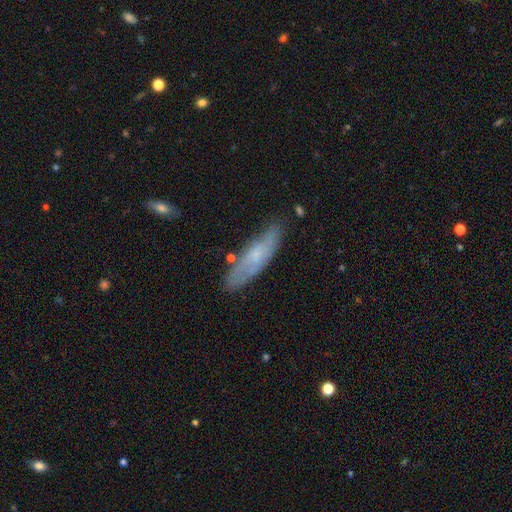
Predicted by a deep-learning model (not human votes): This is possibly a smooth galaxy (49%). Merging: likely none (73%).